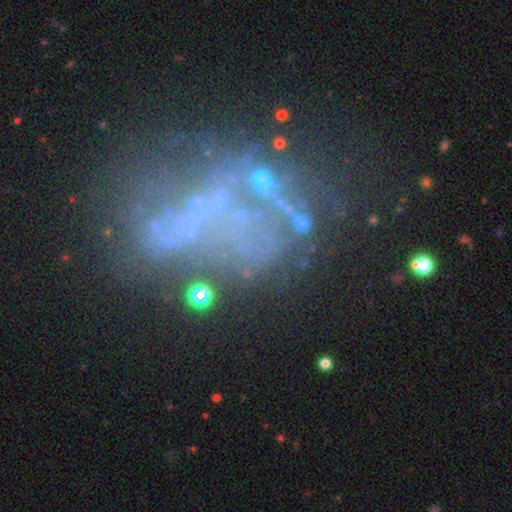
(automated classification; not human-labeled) This is marginally a featured or disk galaxy (44%). Merging: possibly none (52%).